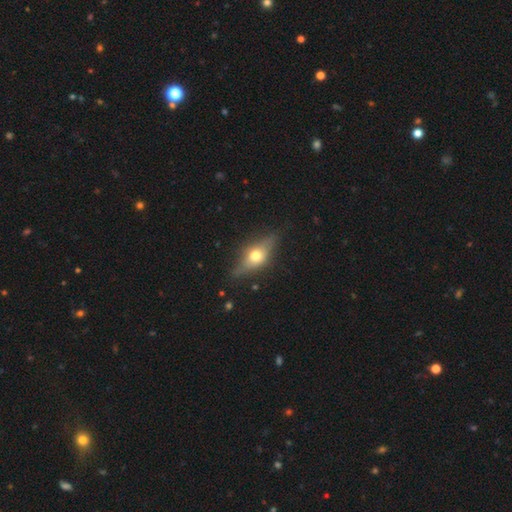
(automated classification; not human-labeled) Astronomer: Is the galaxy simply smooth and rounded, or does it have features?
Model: featured or disk — 50% (runner-up: smooth, 42%).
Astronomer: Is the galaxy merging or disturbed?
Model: none — 79%.